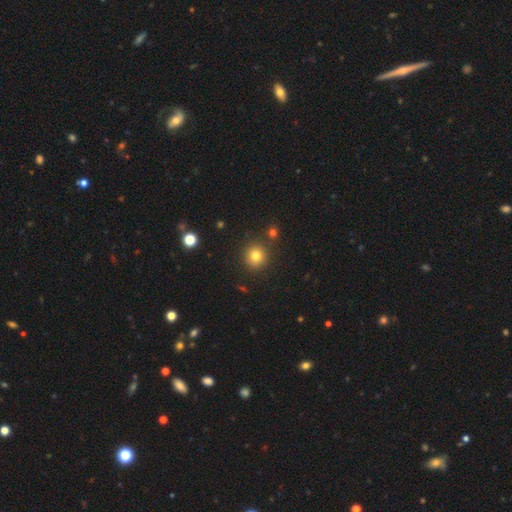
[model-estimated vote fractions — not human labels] A smooth galaxy with no disk features (79%) that is round (92%). Merging: none (86%).